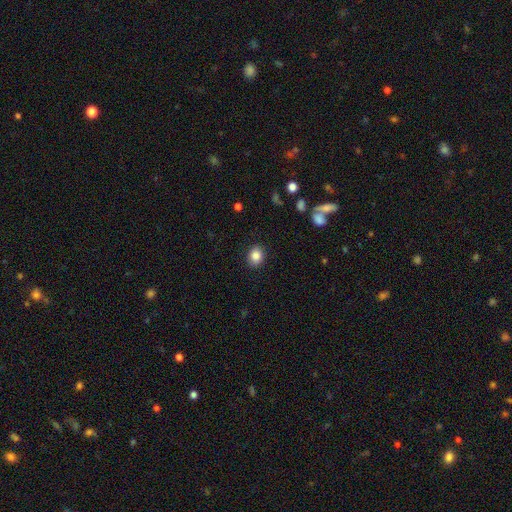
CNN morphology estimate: The model was most divided on "how rounded": round: 51%, in between: 48%, cigar-shaped: 1%. More confident: merging — none (88%); smooth or featured — smooth (86%).